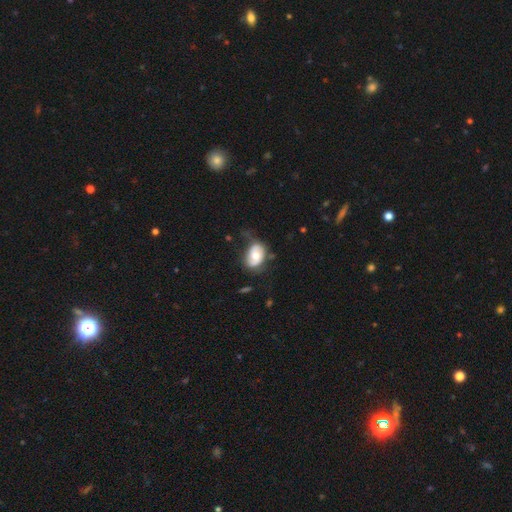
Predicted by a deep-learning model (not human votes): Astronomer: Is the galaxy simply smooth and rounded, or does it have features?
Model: smooth — 51% (runner-up: featured or disk, 42%).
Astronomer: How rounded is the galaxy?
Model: in between — 78%.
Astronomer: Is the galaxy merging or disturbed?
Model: none — 48% (runner-up: minor disturbance, 33%).